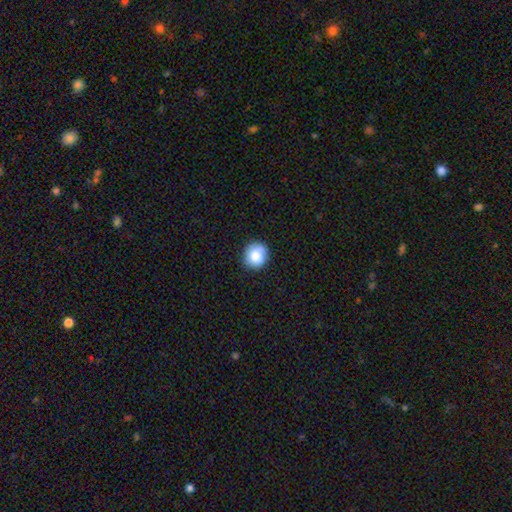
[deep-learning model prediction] Smooth or featured?
  - smooth: 82% *
  - featured or disk: 10%
  - star or artifact: 9%
How rounded?
  - round: 83% *
  - in between: 16%
  - cigar-shaped: 1%
Merging?
  - none: 79% *
  - minor disturbance: 16%
  - major disturbance: 3%
  - merger: 2%